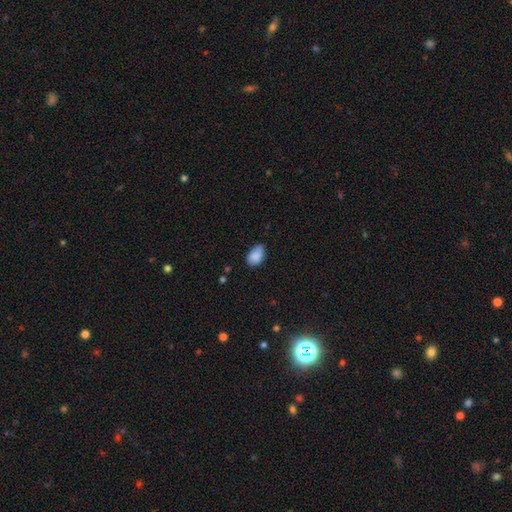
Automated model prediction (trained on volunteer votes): Smooth or featured?
  - smooth: 87% *
  - star or artifact: 8%
  - featured or disk: 5%
How rounded?
  - in between: 90% *
  - round: 9%
  - cigar-shaped: 1%
Merging?
  - none: 64% *
  - minor disturbance: 30%
  - major disturbance: 4%
  - merger: 2%